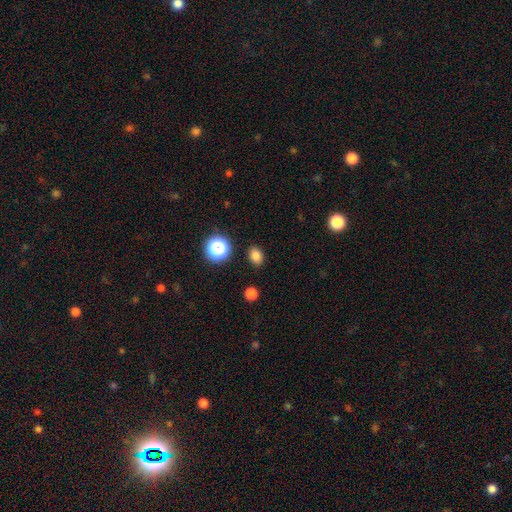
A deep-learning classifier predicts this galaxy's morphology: smooth-or-featured: smooth: 81% | star or artifact: 14% | featured or disk: 5%
  how-rounded: in between: 63% | round: 36% | cigar-shaped: 1%
  merging: none: 88% | minor disturbance: 8% | major disturbance: 2% | merger: 2%